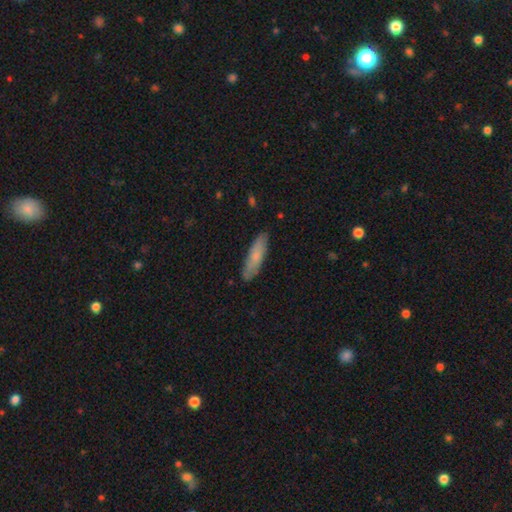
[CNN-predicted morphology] Smooth or featured: smooth — 71% (featured or disk — 24%)
How rounded: cigar-shaped — 68% (in between — 30%)
Merging: none — 84% (minor disturbance — 13%)